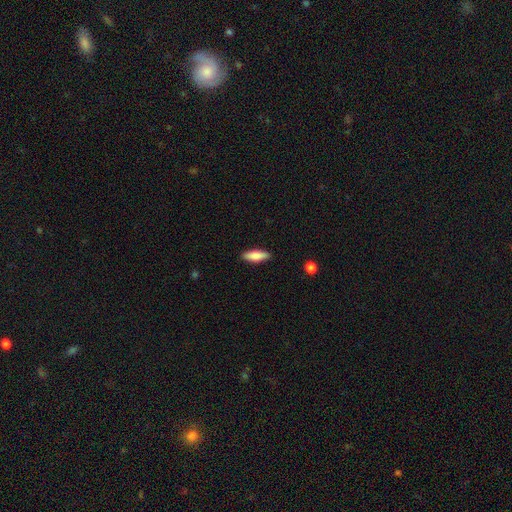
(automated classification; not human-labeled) Smooth or featured: smooth — 82% (featured or disk — 12%)
How rounded: in between — 54% (cigar-shaped — 44%)
Merging: none — 88% (minor disturbance — 9%)